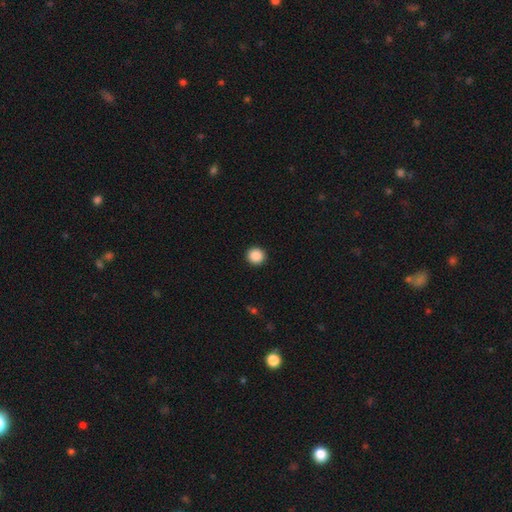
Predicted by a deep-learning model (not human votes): This is clearly a smooth galaxy (89%). How rounded: clearly round (95%). Merging: clearly none (93%).